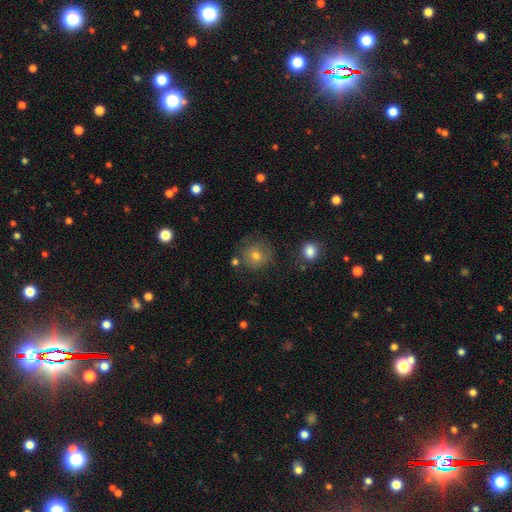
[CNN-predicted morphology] This is likely a smooth galaxy (68%). How rounded: clearly round (92%). Merging: likely none (78%).